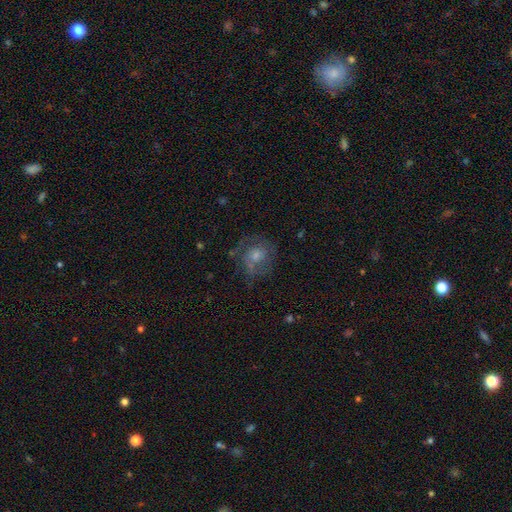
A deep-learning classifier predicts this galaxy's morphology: type=featured or disk (55%); edge-on=no (97%); bar=no (75%); spiral arms=yes (74%); bulge=moderate (51%); merging=none (64%).